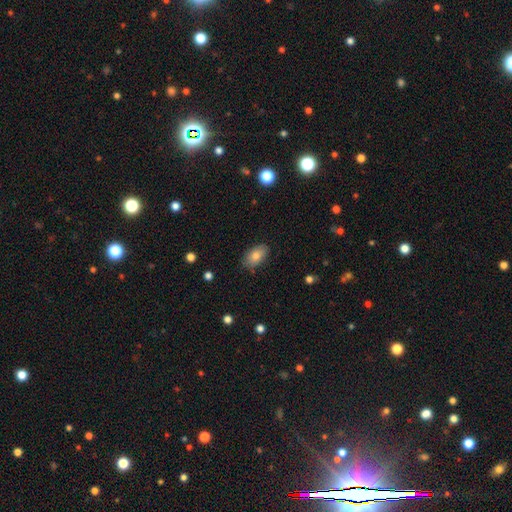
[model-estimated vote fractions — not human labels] Overall: smooth (80%). How rounded: in between (92%). Merging: none (82%).